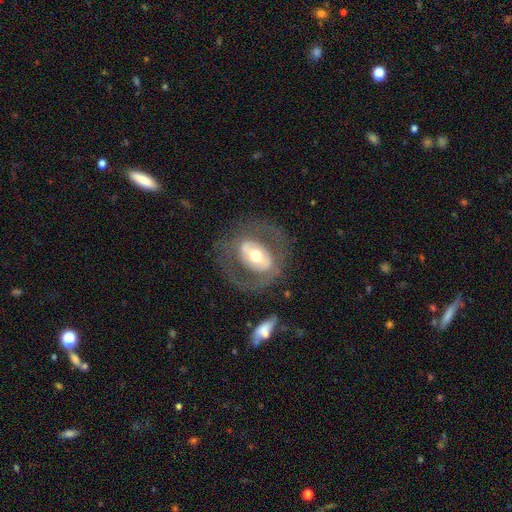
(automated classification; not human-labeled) This is likely a featured or disk galaxy (70%). It is clearly not viewed edge-on (93%). Bar: marginally strong (37%). Spiral arm pattern: possibly no (54%). Central bulge: likely moderate (68%). Merging: likely none (68%).